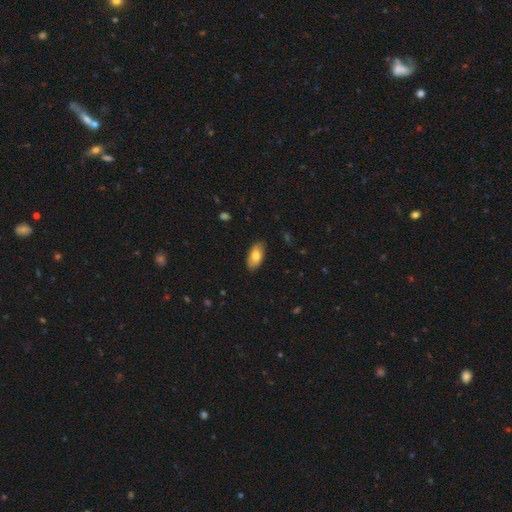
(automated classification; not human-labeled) Overall: smooth (78%). How rounded: in between (92%). Merging: none (85%).